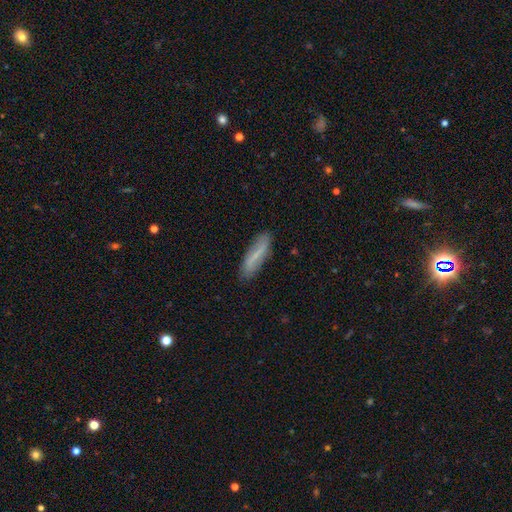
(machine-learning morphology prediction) Smooth or featured?
  - smooth: 57% *
  - featured or disk: 36%
  - star or artifact: 8%
How rounded?
  - cigar-shaped: 67% *
  - in between: 31%
  - round: 2%
Merging?
  - none: 83% *
  - minor disturbance: 12%
  - major disturbance: 3%
  - merger: 2%